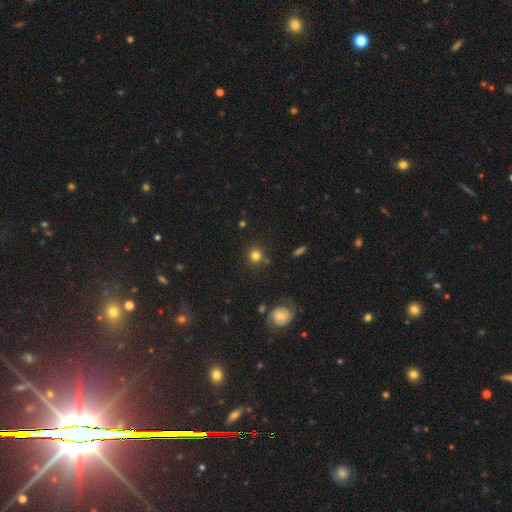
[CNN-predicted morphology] smooth-or-featured: smooth: 79% | star or artifact: 13% | featured or disk: 7%
  how-rounded: round: 91% | in between: 8% | cigar-shaped: 1%
  merging: none: 83% | minor disturbance: 9% | merger: 5% | major disturbance: 3%